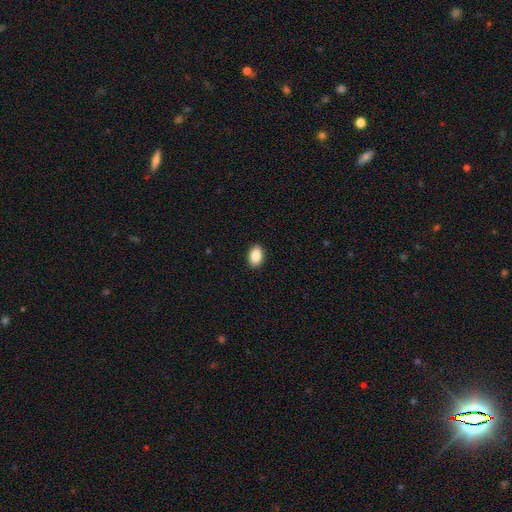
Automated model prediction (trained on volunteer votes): smooth-or-featured: smooth: 89% | star or artifact: 7% | featured or disk: 4%
  how-rounded: in between: 89% | round: 10% | cigar-shaped: 1%
  merging: none: 91% | minor disturbance: 7% | major disturbance: 2% | merger: 1%